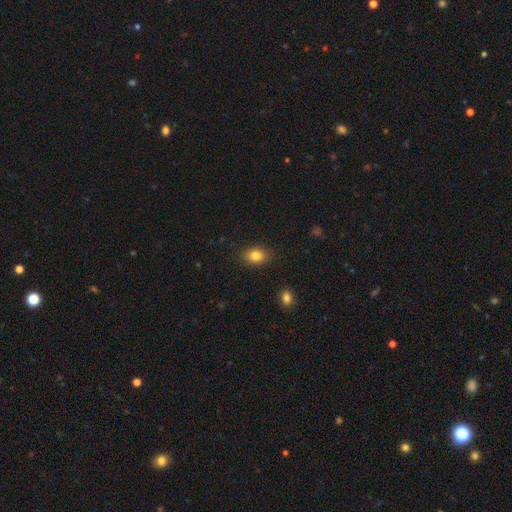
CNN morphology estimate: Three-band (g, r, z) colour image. It shows a smooth galaxy with no disk features (82%) that is in between round and cigar-shaped (69%). Merging: none (87%).